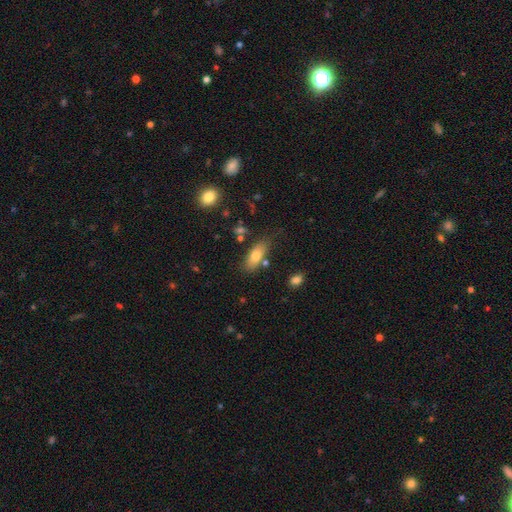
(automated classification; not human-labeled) smooth-or-featured: smooth: 78% | featured or disk: 14% | star or artifact: 8%
  how-rounded: in between: 79% | cigar-shaped: 18% | round: 3%
  merging: none: 71% | minor disturbance: 17% | merger: 8% | major disturbance: 5%